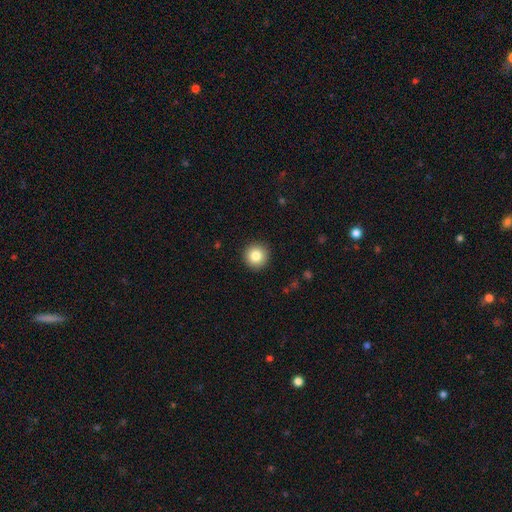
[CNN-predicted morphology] This appears to be a smooth galaxy with no disk features (83%) that is round (95%). Merging: none (92%).